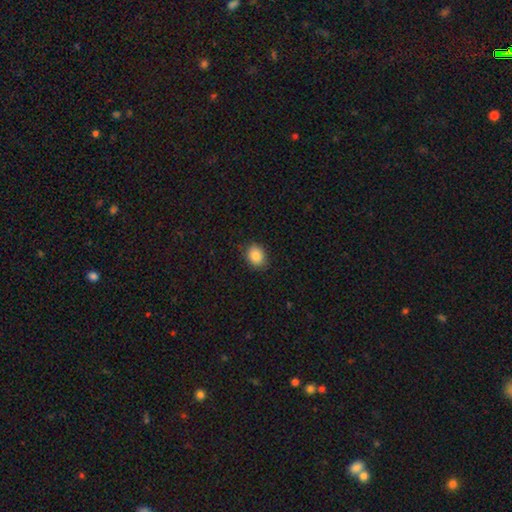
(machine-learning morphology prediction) This is clearly a smooth galaxy (88%). How rounded: possibly in between (51%). Merging: clearly none (85%).